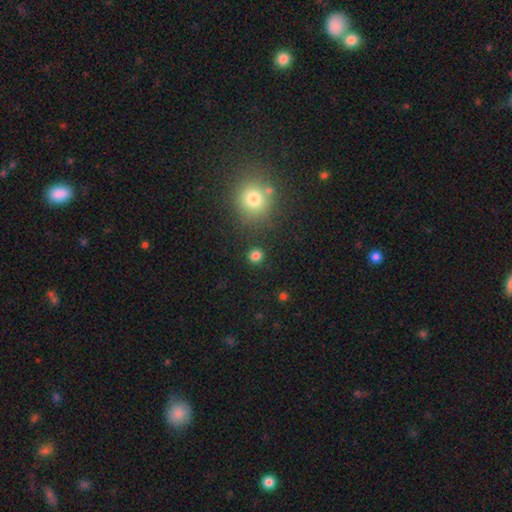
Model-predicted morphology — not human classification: smooth_or_featured: smooth (p=0.81) [alt: star or artifact p=0.15]
how_rounded: round (p=0.91) [alt: in between p=0.08]
merging: none (p=0.89) [alt: minor disturbance p=0.06]